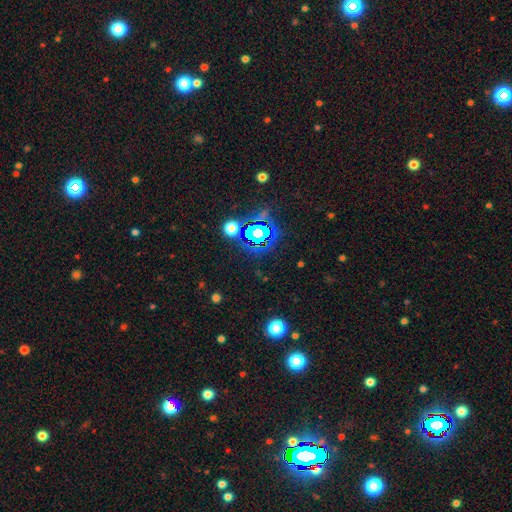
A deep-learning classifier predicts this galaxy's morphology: star or artifact 81%, smooth 11%, featured or disk 7%.